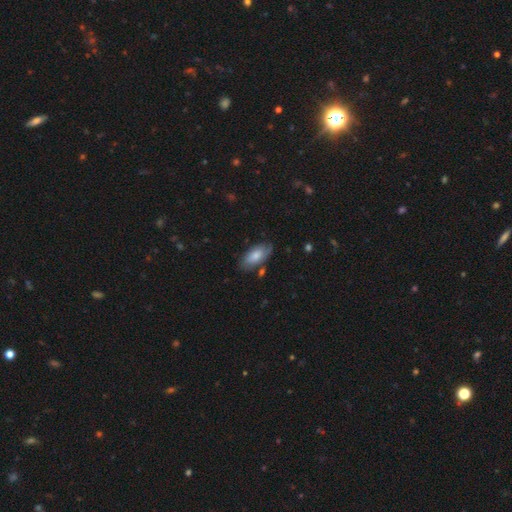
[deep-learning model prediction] smooth 69%, featured or disk 25%, star or artifact 6%. Down the decision tree: how rounded — in between (90%); merging — none (72%).